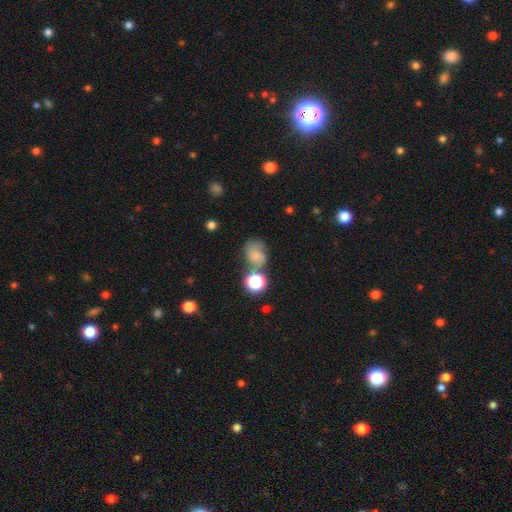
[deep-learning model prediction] Overall: smooth (60%; featured or disk 22%). How rounded: in between (50%; round 49%). Merging: none (46%; minor disturbance 23%).